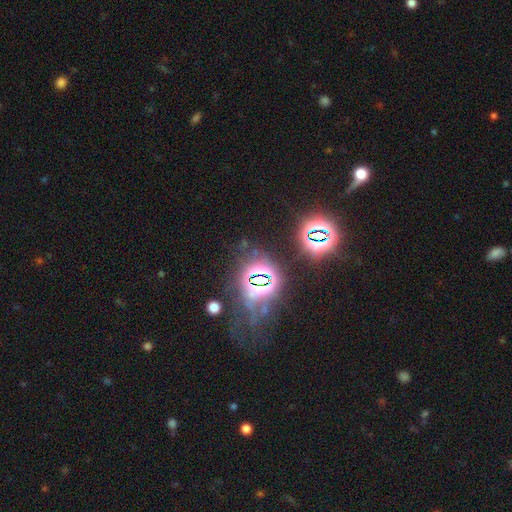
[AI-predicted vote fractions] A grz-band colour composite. It shows a star or artifact, not a galaxy (73%).